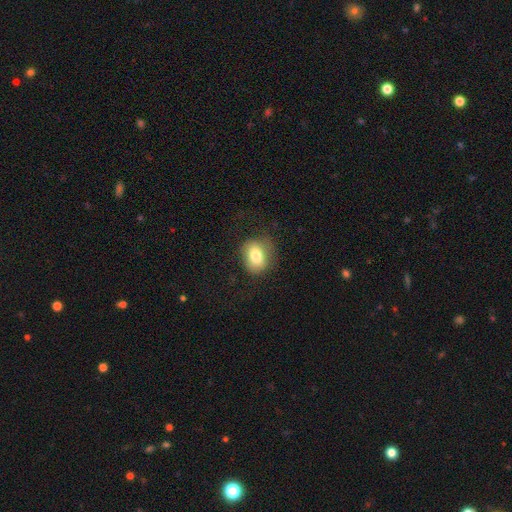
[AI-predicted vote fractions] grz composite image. It shows a smooth galaxy with no disk features (80%) that is in between round and cigar-shaped (66%). Merging: none (69%).